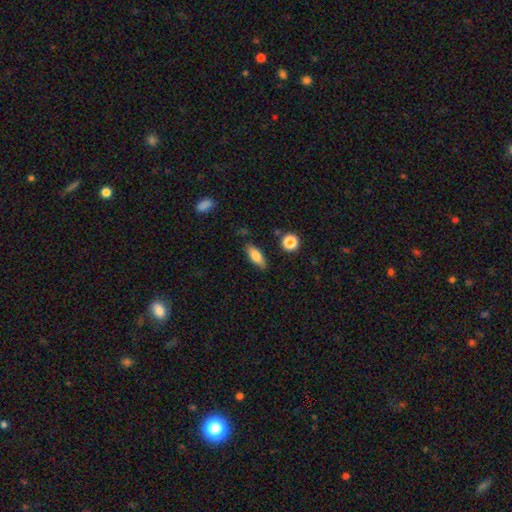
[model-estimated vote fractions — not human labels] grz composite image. It shows a smooth galaxy with no disk features (78%) that is in between round and cigar-shaped (71%). Merging: none (82%).